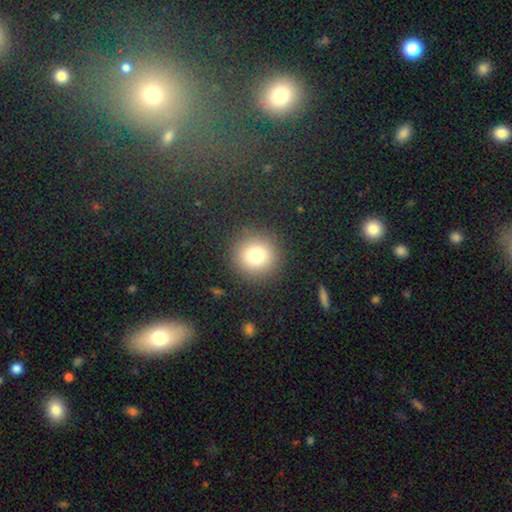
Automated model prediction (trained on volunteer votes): Overall: smooth (78%). How rounded: round (93%). Merging: none (90%).